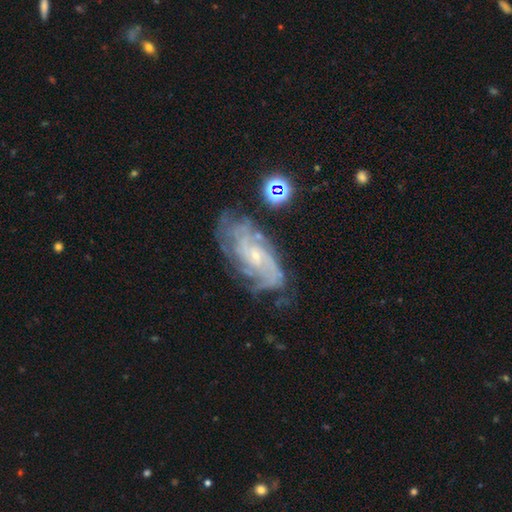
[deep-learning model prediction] Smooth or featured: featured or disk — 84% (smooth — 8%)
Edge-on disk: no — 95% (yes — 5%)
Bar: no — 68% (weak — 26%)
Spiral arms: yes — 95% (no — 5%)
Spiral winding: tight — 61% (medium — 31%)
Spiral arm count: can't tell — 37% (4 — 18%)
Bulge size: small — 78% (moderate — 17%)
Merging: none — 65% (minor disturbance — 22%)